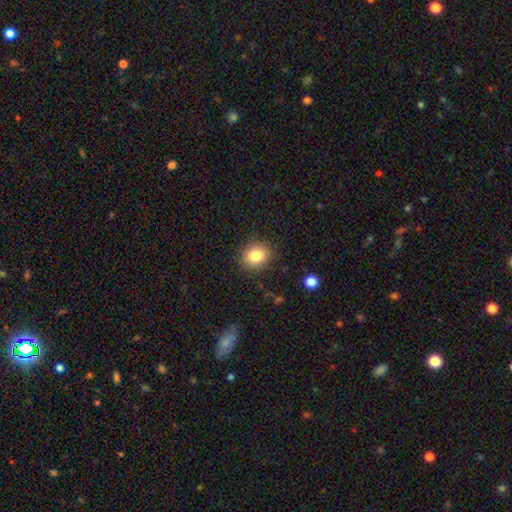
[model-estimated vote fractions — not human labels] smooth_or_featured: smooth (p=0.83) [alt: star or artifact p=0.10]
how_rounded: round (p=0.70) [alt: in between p=0.29]
merging: none (p=0.88) [alt: minor disturbance p=0.08]